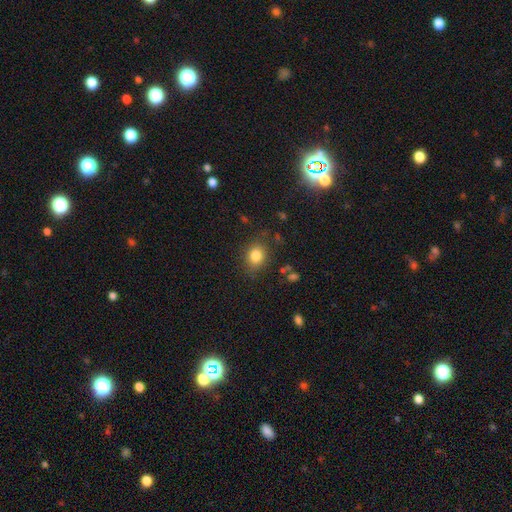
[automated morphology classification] Overall: smooth (83%). How rounded: round (57%; in between 42%). Merging: none (81%).